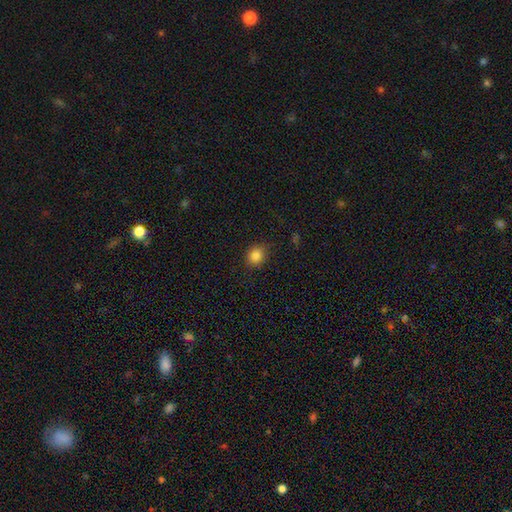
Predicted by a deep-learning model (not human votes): Q: Smooth or featured?
A: smooth (85%); runner-up: star or artifact (11%)
Q: How rounded?
A: round (73%); runner-up: in between (26%)
Q: Merging?
A: none (85%); runner-up: minor disturbance (11%)